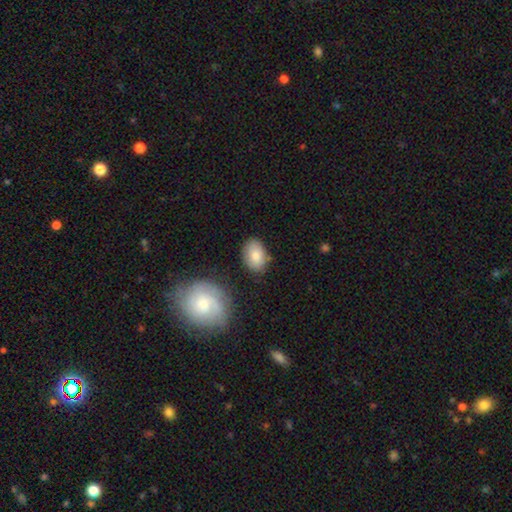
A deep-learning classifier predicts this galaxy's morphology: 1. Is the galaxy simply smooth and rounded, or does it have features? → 82% smooth, 11% featured or disk, 7% star or artifact.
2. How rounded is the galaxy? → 83% in between, 16% round, 1% cigar-shaped.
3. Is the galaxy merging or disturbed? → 75% none, 17% minor disturbance, 5% merger, 4% major disturbance.